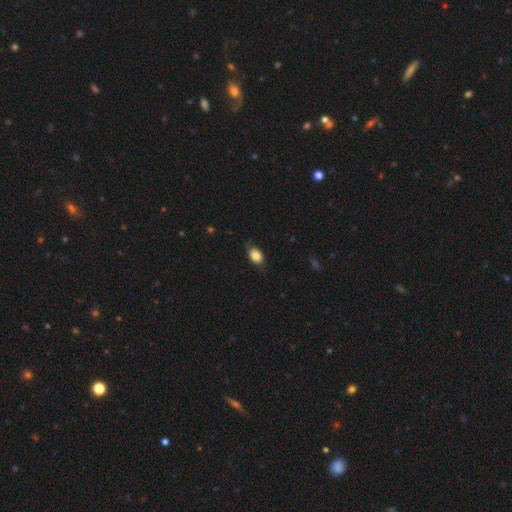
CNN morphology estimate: Smooth or featured?
  - smooth: 83% *
  - featured or disk: 9%
  - star or artifact: 8%
How rounded?
  - in between: 79% *
  - round: 20%
  - cigar-shaped: 2%
Merging?
  - none: 73% *
  - minor disturbance: 21%
  - major disturbance: 5%
  - merger: 1%